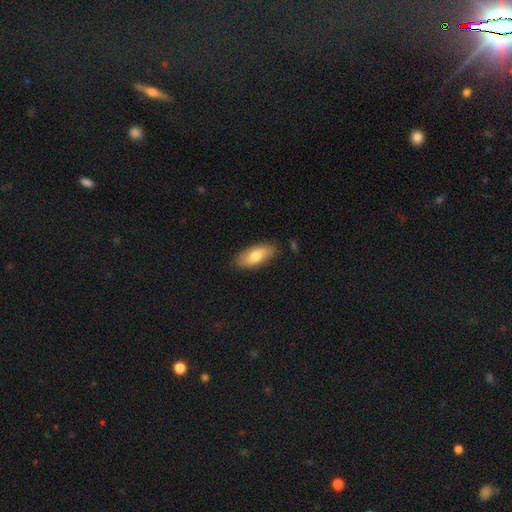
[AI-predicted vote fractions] This appears to be a smooth galaxy with no disk features (74%) that is in between round and cigar-shaped (86%). Merging: none (85%).